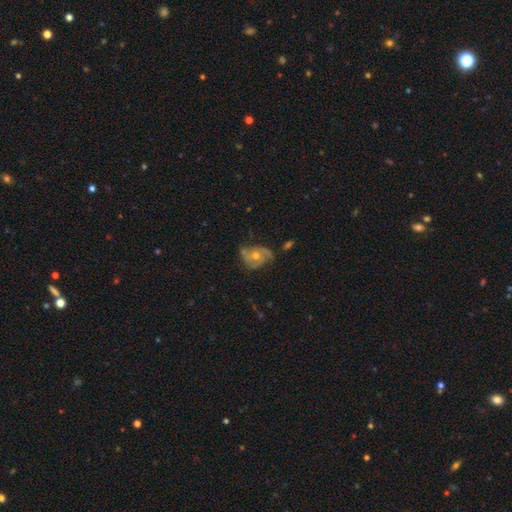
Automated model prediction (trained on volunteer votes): Q: Smooth or featured?
A: featured or disk (76%); runner-up: smooth (14%)
Q: Edge-on disk?
A: no (97%); runner-up: yes (3%)
Q: Bar?
A: no (77%); runner-up: weak (19%)
Q: Spiral arms?
A: yes (91%); runner-up: no (9%)
Q: Spiral winding?
A: medium (46%); runner-up: tight (33%)
Q: Spiral arm count?
A: 3 (38%); runner-up: 2 (33%)
Q: Bulge size?
A: moderate (63%); runner-up: small (32%)
Q: Merging?
A: none (61%); runner-up: minor disturbance (24%)